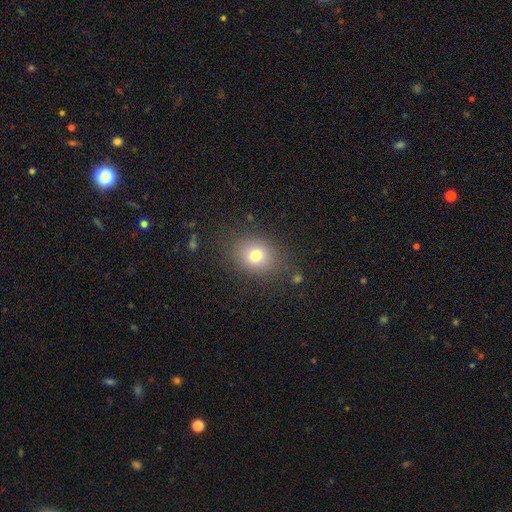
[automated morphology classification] smooth 74%, star or artifact 14%, featured or disk 12%. Down the decision tree: how rounded — round (60%); merging — none (83%).